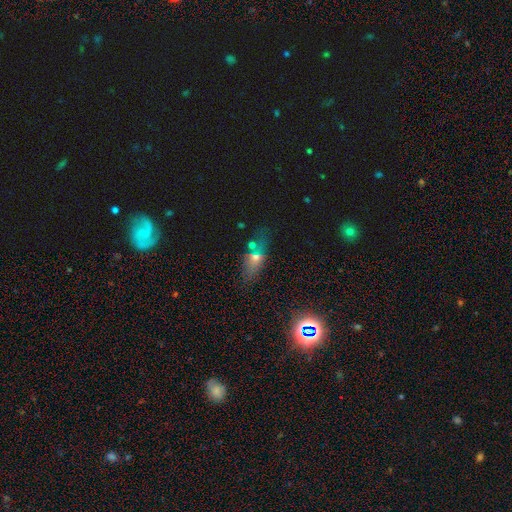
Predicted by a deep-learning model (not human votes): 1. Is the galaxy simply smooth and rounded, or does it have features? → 41% smooth, 30% star or artifact, 29% featured or disk.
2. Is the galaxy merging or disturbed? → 65% none, 16% minor disturbance, 12% merger, 7% major disturbance.